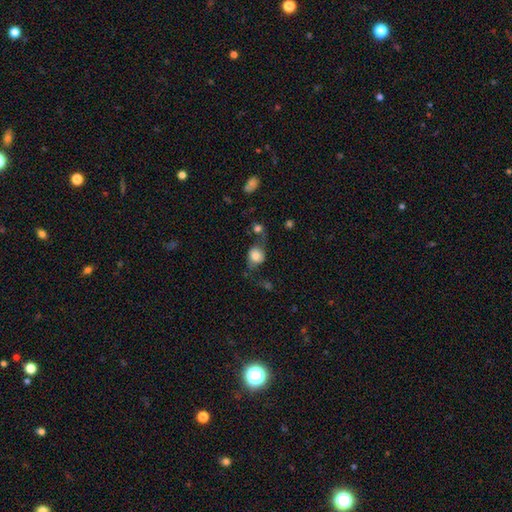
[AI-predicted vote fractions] smooth-or-featured: smooth: 64% | featured or disk: 26% | star or artifact: 10%
  how-rounded: round: 64% | in between: 35% | cigar-shaped: 2%
  merging: none: 43% | minor disturbance: 23% | major disturbance: 20% | merger: 14%